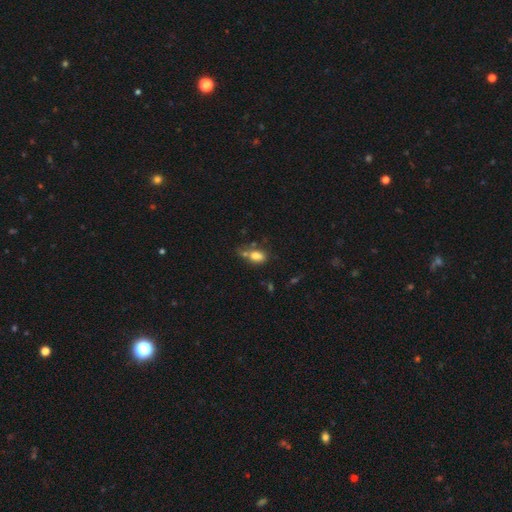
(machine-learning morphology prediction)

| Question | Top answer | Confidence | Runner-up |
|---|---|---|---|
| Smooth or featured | smooth | 76% | featured or disk (14%) |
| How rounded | in between | 80% | round (17%) |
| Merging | none | 37% | merger (30%) |